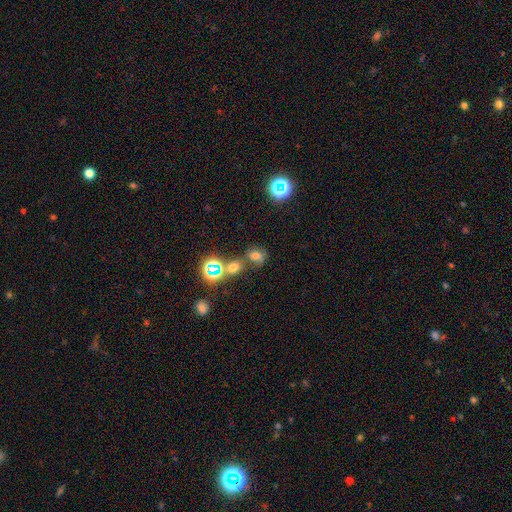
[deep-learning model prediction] The model was most divided on "how rounded": in between: 50%, round: 49%, cigar-shaped: 2%. More confident: smooth or featured — smooth (55%); merging — none (55%).